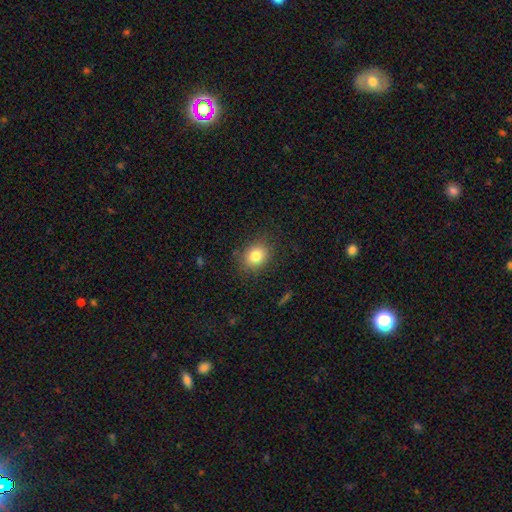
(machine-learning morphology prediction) Smooth or featured? Predicted: smooth (p=0.81). How rounded? Predicted: round (p=0.58). Merging? Predicted: none (p=0.83).